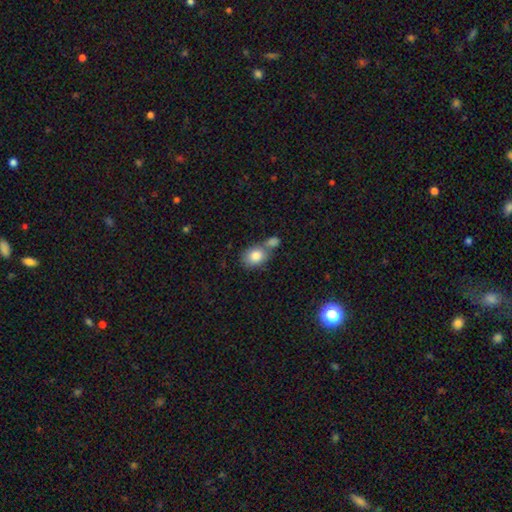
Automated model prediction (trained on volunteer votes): A smooth galaxy with no disk features (83%) that is in between round and cigar-shaped (57%). Merging: merger (43%).